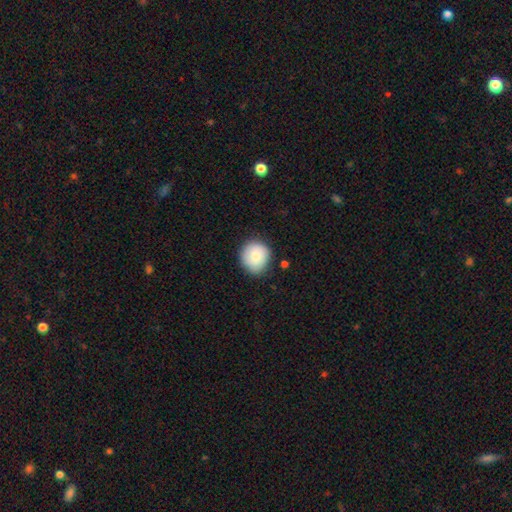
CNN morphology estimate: This appears to be a smooth galaxy with no disk features (81%) that is round (89%). Merging: none (82%).